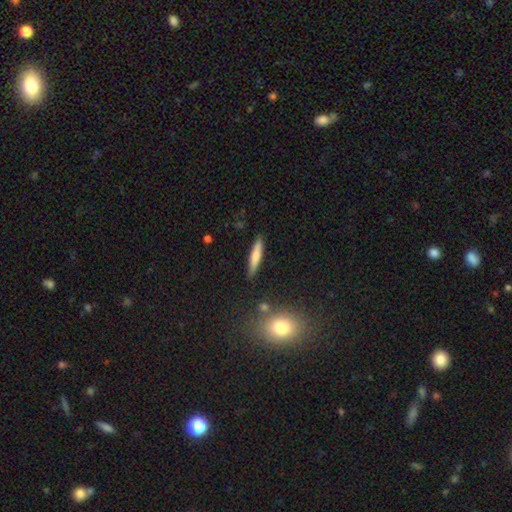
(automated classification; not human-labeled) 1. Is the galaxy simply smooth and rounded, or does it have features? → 71% smooth, 22% featured or disk, 7% star or artifact.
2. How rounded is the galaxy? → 87% cigar-shaped, 11% in between, 2% round.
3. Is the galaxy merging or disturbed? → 86% none, 10% minor disturbance, 2% major disturbance, 2% merger.